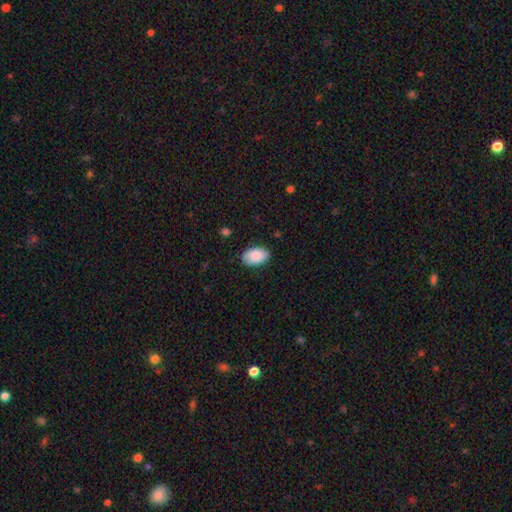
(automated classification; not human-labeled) A smooth galaxy with no disk features (88%) that is in between round and cigar-shaped (92%).

Vote fractions:
- Smooth or featured? smooth: 88% / star or artifact: 6% / featured or disk: 6%
- How rounded? in between: 92% / round: 7% / cigar-shaped: 1%
- Merging? none: 86% / minor disturbance: 11% / major disturbance: 2% / merger: 1%